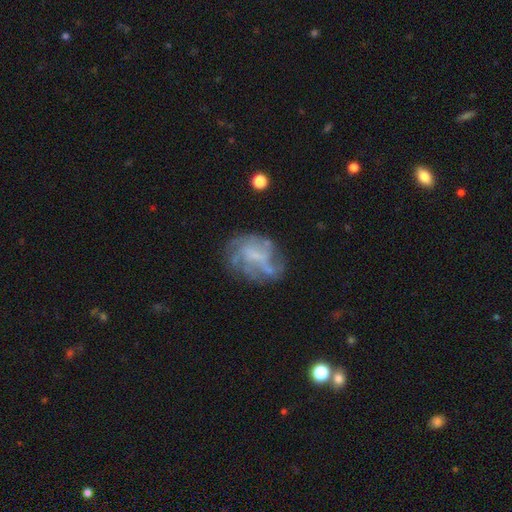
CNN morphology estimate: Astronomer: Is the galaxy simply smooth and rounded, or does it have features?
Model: featured or disk — 68%.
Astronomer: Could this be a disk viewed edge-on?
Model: no — 98%.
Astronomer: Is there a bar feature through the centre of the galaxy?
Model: no — 56% (runner-up: weak, 35%).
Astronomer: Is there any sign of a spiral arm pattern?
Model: yes — 59% (runner-up: no, 41%).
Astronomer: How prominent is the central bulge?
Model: none — 53%.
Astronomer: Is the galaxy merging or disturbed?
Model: none — 55%.